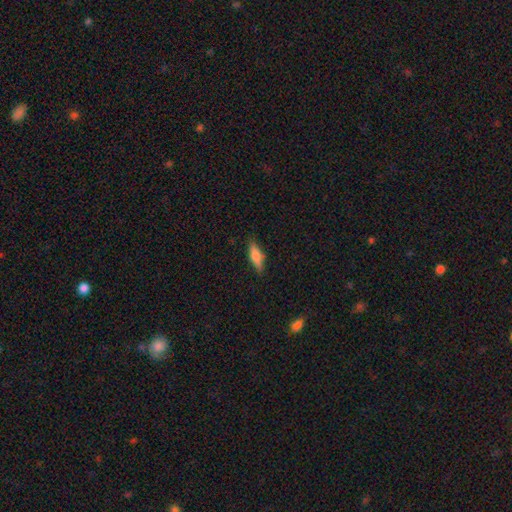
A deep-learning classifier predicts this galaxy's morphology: Smooth or featured? Predicted: smooth (p=0.68). How rounded? Predicted: cigar-shaped (p=0.53). Merging? Predicted: none (p=0.83).